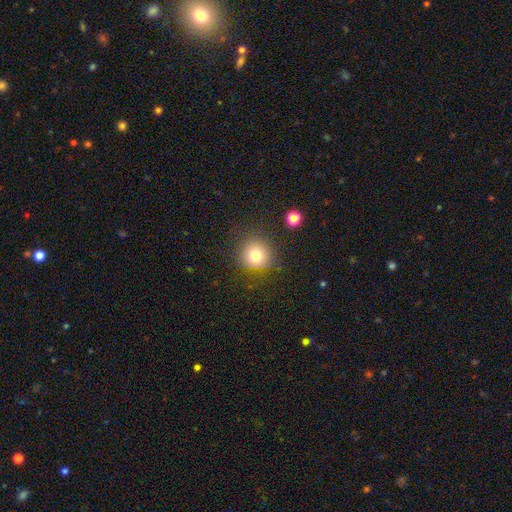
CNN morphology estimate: smooth-or-featured: smooth: 77% | star or artifact: 13% | featured or disk: 10%
  how-rounded: round: 91% | in between: 8% | cigar-shaped: 1%
  merging: none: 82% | minor disturbance: 11% | major disturbance: 4% | merger: 2%